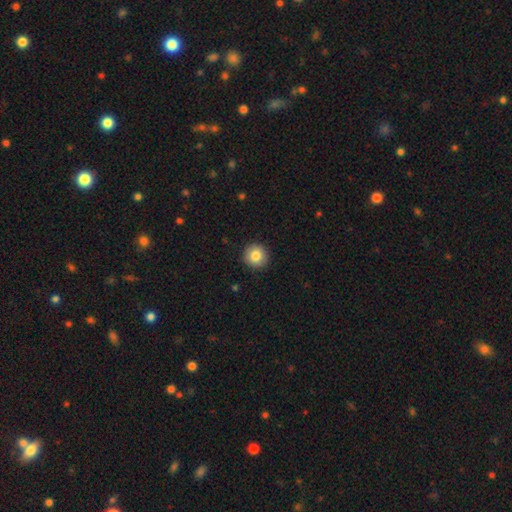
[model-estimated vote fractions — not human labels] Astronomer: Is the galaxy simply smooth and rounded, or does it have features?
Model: smooth — 84%.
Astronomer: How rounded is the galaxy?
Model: round — 94%.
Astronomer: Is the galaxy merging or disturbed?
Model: none — 92%.